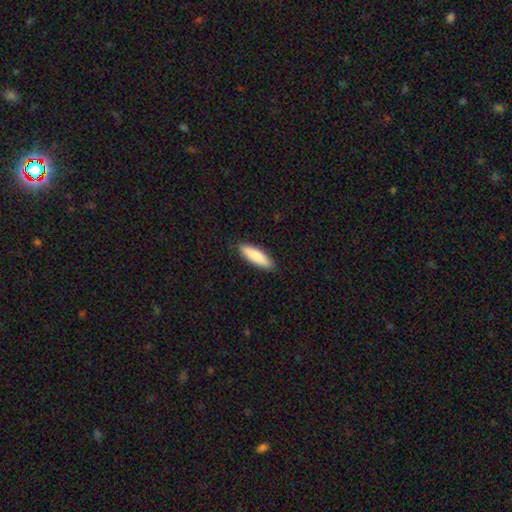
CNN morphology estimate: smooth_or_featured: smooth (p=0.85) [alt: featured or disk p=0.09]
how_rounded: cigar-shaped (p=0.60) [alt: in between p=0.39]
merging: none (p=0.89) [alt: minor disturbance p=0.09]